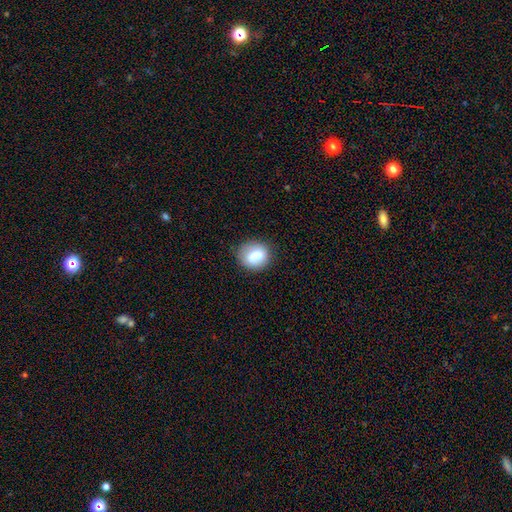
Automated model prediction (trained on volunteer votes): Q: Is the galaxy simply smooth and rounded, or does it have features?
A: smooth — 75%.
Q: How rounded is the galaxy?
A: round — 71%.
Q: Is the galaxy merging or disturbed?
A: none — 73%.